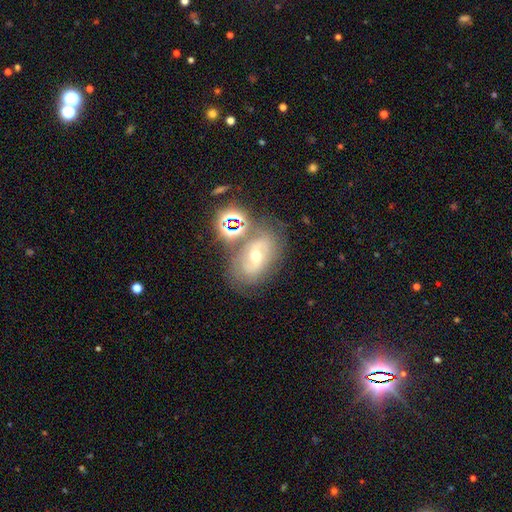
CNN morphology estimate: A featured or disk galaxy (60%) with a weak bar (39%), spiral arms (66%) and a moderate central bulge (67%).

Vote fractions:
- Smooth or featured? featured or disk: 60% / smooth: 23% / star or artifact: 18%
- Edge-on disk? no: 94% / yes: 6%
- Bar? weak: 39% / no: 35% / strong: 26%
- Spiral arms? yes: 66% / no: 34%
- Bulge size? moderate: 67% / small: 26% / large: 4% / none: 1% / dominant: 1%
- Merging? none: 61% / minor disturbance: 17% / merger: 13% / major disturbance: 9%